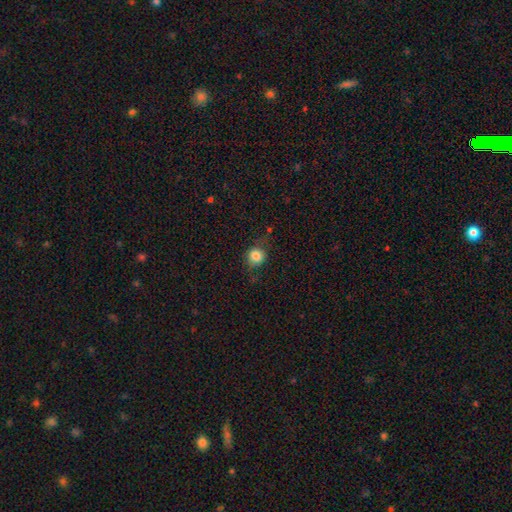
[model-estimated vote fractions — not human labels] This appears to be a smooth galaxy with no disk features (80%) that is round (81%). Merging: none (69%).